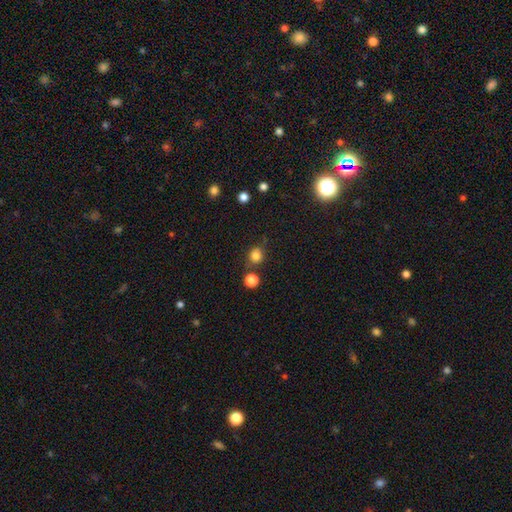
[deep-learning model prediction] Smooth or featured?
  - smooth: 81% *
  - star or artifact: 13%
  - featured or disk: 5%
How rounded?
  - round: 86% *
  - in between: 13%
  - cigar-shaped: 1%
Merging?
  - none: 76% *
  - minor disturbance: 12%
  - merger: 9%
  - major disturbance: 4%